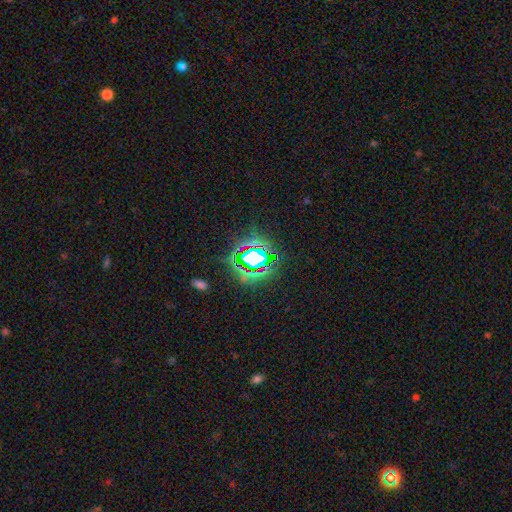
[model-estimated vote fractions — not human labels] Q: Smooth or featured?
A: star or artifact (73%); runner-up: smooth (16%)